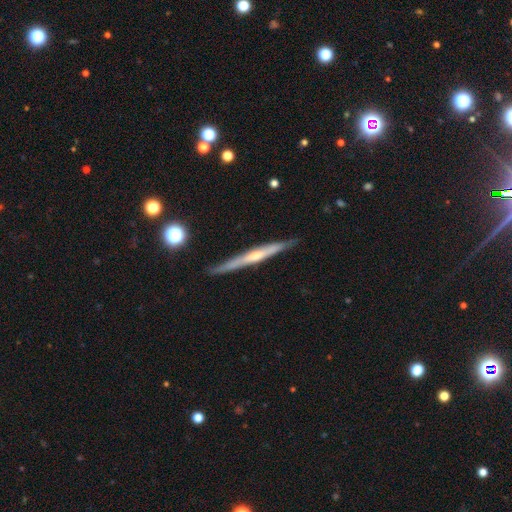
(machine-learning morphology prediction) The model was most divided on "edge-on bulge": rounded: 57%, none: 37%, boxy: 6%. More confident: edge-on disk — yes (97%); merging — none (89%); smooth or featured — featured or disk (71%).